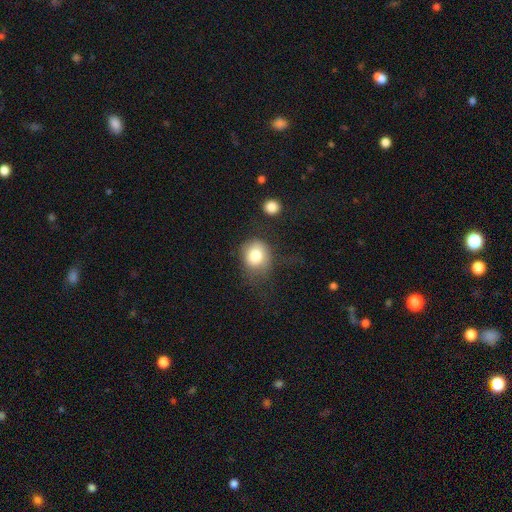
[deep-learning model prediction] smooth_or_featured: smooth (p=0.79) [alt: featured or disk p=0.12]
how_rounded: round (p=0.69) [alt: in between p=0.30]
merging: none (p=0.55) [alt: minor disturbance p=0.24]